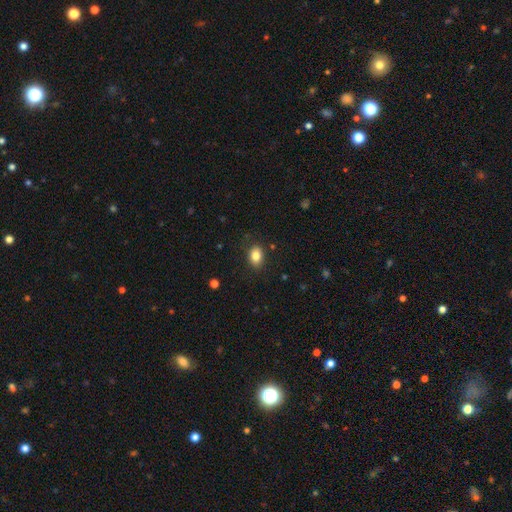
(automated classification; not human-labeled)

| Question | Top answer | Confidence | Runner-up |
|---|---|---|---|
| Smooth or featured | smooth | 83% | star or artifact (9%) |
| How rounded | in between | 76% | round (23%) |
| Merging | none | 85% | minor disturbance (11%) |